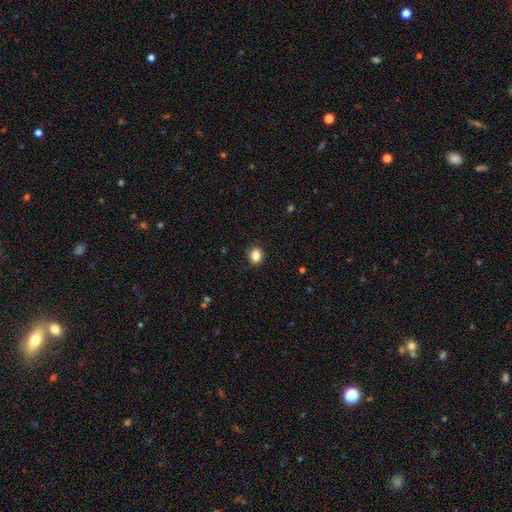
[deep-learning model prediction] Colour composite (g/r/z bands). It shows a smooth galaxy with no disk features (84%) that is round (51%). Merging: none (88%).